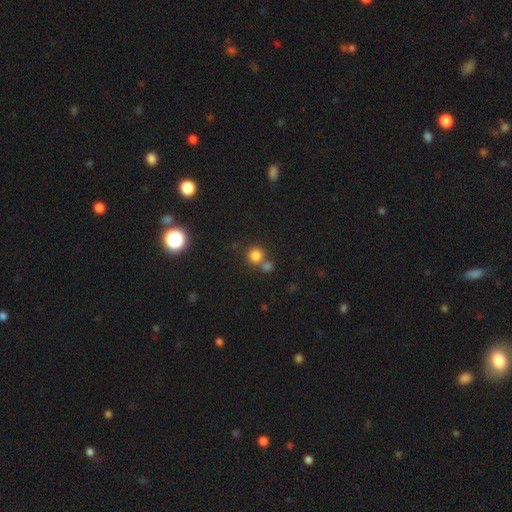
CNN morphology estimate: Q: Smooth or featured?
A: smooth (81%); runner-up: star or artifact (14%)
Q: How rounded?
A: round (91%); runner-up: in between (8%)
Q: Merging?
A: none (59%); runner-up: merger (30%)